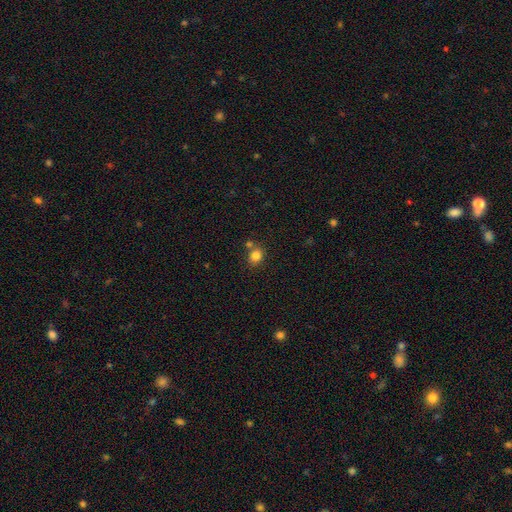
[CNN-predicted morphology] A smooth galaxy with no disk features (82%) that is round (63%). Merging: none (64%).